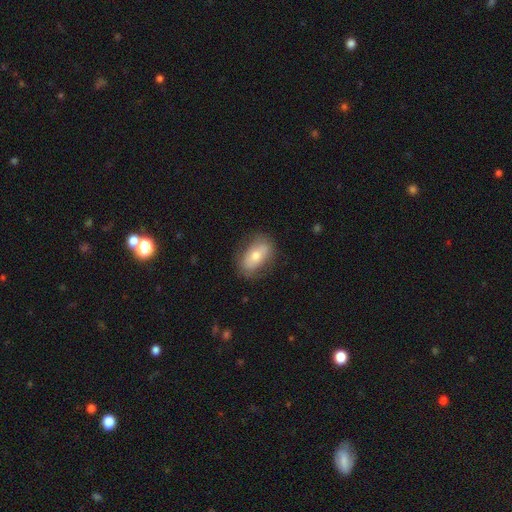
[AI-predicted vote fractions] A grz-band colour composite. It shows a smooth galaxy with no disk features (63%) that is in between round and cigar-shaped (89%). Merging: none (76%).